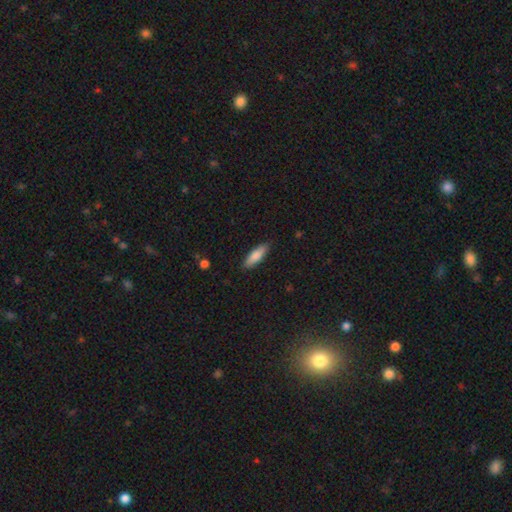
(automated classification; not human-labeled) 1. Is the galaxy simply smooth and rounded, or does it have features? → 81% smooth, 13% featured or disk, 6% star or artifact.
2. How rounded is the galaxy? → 50% cigar-shaped, 48% in between, 2% round.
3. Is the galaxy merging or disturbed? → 87% none, 10% minor disturbance, 2% major disturbance, 1% merger.